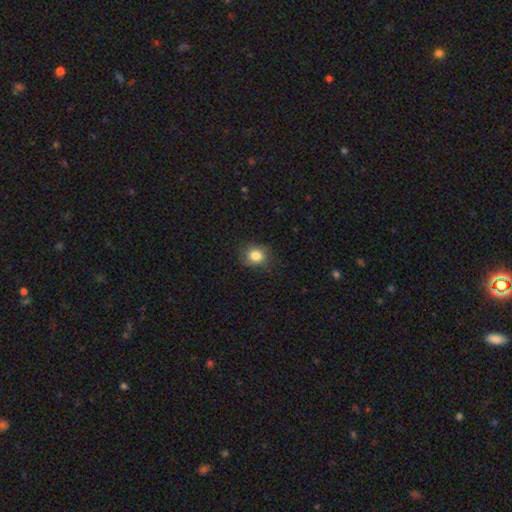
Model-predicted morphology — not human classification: Smooth or featured?
  - smooth: 83% *
  - star or artifact: 11%
  - featured or disk: 6%
How rounded?
  - round: 70% *
  - in between: 29%
  - cigar-shaped: 1%
Merging?
  - none: 83% *
  - minor disturbance: 13%
  - major disturbance: 3%
  - merger: 1%